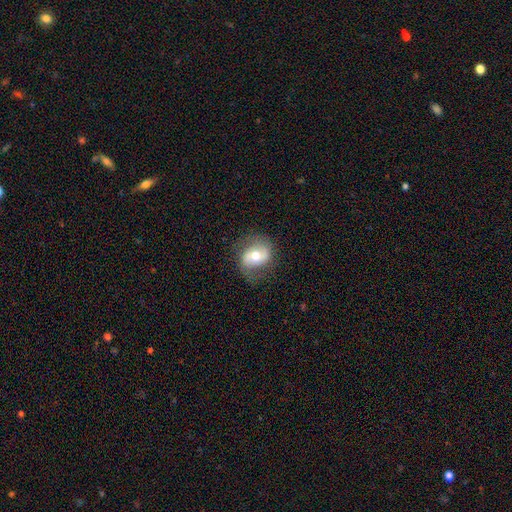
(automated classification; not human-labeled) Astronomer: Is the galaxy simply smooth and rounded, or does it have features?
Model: featured or disk — 56% (runner-up: smooth, 36%).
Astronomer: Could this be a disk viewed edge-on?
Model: no — 96%.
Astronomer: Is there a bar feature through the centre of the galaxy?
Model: no — 48% (runner-up: weak, 34%).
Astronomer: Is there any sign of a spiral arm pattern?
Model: yes — 77%.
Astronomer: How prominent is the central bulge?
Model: moderate — 71%.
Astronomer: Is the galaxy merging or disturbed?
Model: none — 71%.